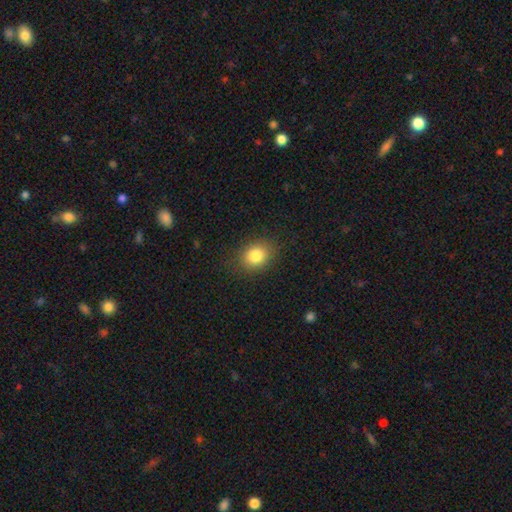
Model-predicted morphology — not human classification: A smooth galaxy with no disk features (83%) that is round (50%). Merging: none (86%).